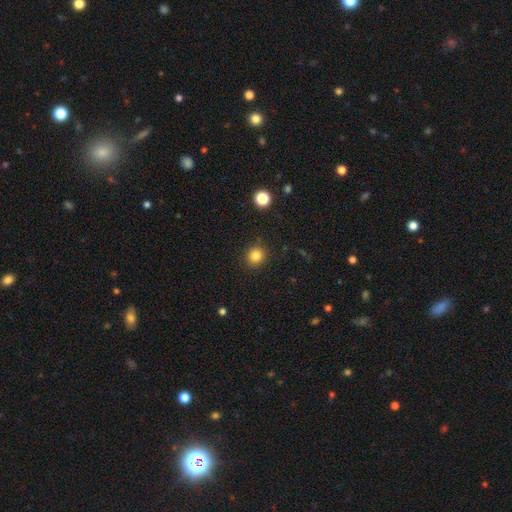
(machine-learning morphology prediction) smooth-or-featured: smooth: 83% | star or artifact: 12% | featured or disk: 5%
  how-rounded: round: 86% | in between: 13% | cigar-shaped: 1%
  merging: none: 89% | minor disturbance: 7% | major disturbance: 2% | merger: 1%